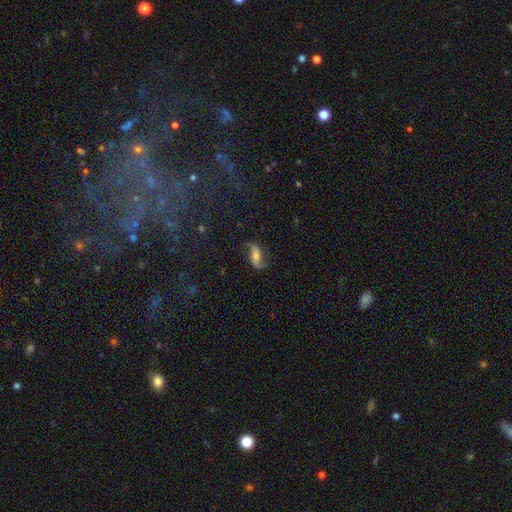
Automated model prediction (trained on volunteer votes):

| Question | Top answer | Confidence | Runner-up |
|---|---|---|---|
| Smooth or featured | featured or disk | 75% | smooth (17%) |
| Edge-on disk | no | 94% | yes (6%) |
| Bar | no | 47% | weak (34%) |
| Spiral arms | yes | 94% | no (6%) |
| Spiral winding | loose | 75% | medium (19%) |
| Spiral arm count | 2 | 91% | 1 (4%) |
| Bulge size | moderate | 40% | small (30%) |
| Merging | none | 73% | minor disturbance (16%) |